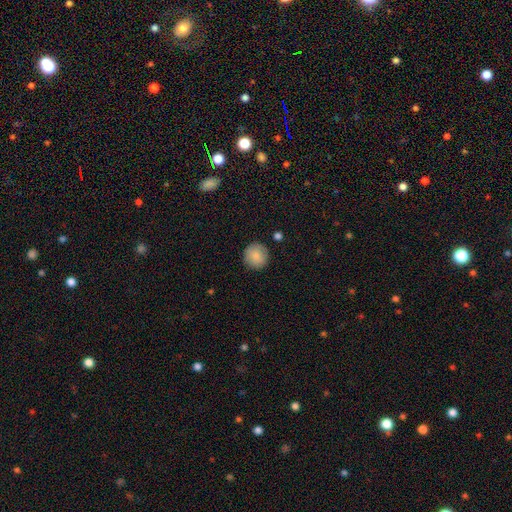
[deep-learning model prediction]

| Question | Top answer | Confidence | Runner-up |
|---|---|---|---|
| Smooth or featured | smooth | 87% | star or artifact (7%) |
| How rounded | round | 94% | in between (5%) |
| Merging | none | 88% | minor disturbance (8%) |